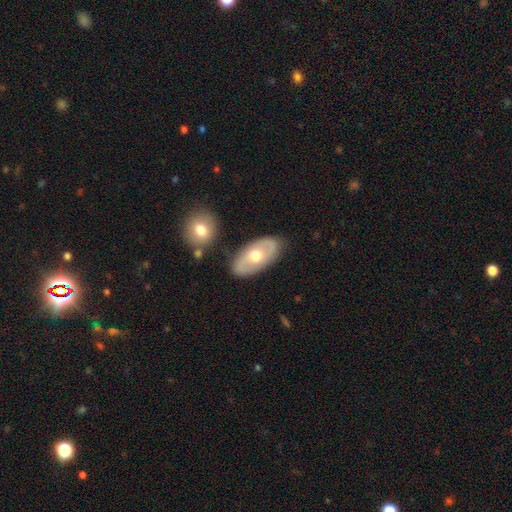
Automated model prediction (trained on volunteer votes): Smooth or featured? featured or disk (56%)
Edge-on disk? no (89%)
Merging? none (81%)